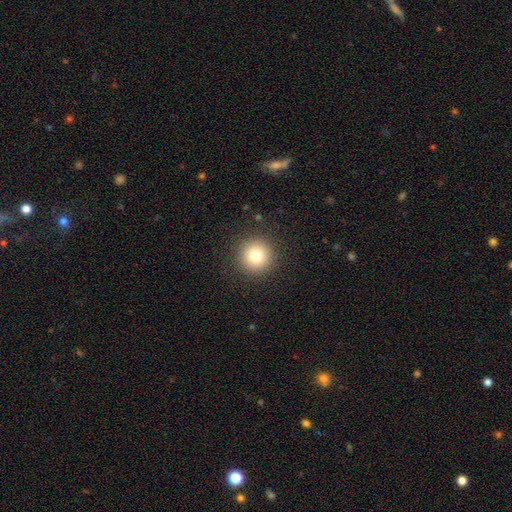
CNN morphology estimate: Smooth or featured? Predicted: smooth (p=0.78). How rounded? Predicted: round (p=0.95). Merging? Predicted: none (p=0.91).